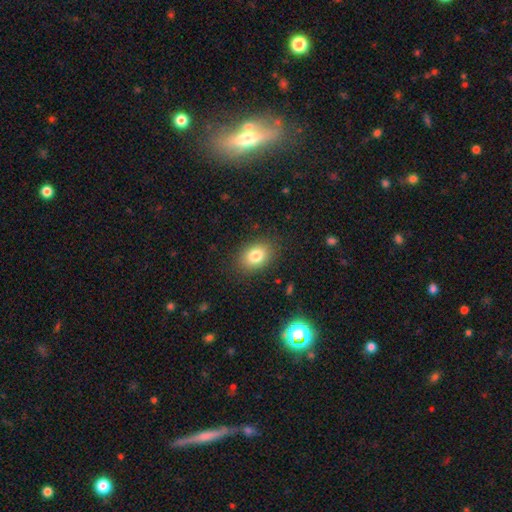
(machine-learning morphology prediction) Overall: smooth (81%). How rounded: in between (75%). Merging: none (86%).